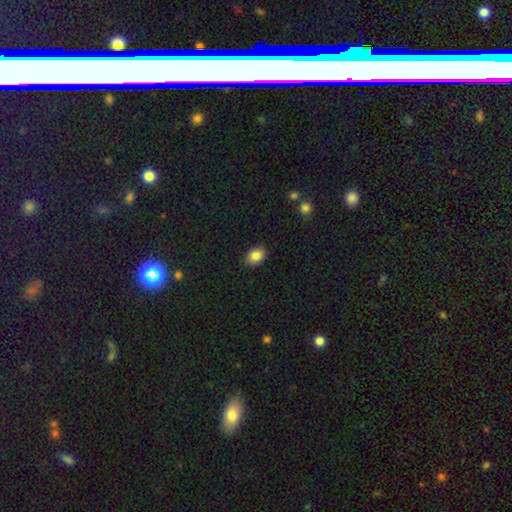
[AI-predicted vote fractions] Smooth or featured?
  - smooth: 87% *
  - star or artifact: 8%
  - featured or disk: 5%
How rounded?
  - in between: 74% *
  - round: 25%
  - cigar-shaped: 1%
Merging?
  - none: 88% *
  - minor disturbance: 9%
  - major disturbance: 2%
  - merger: 1%